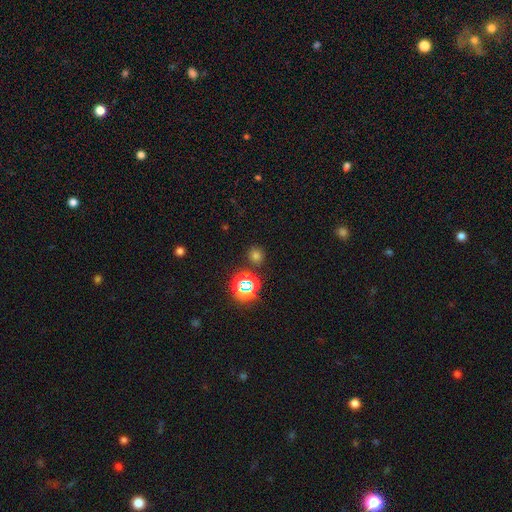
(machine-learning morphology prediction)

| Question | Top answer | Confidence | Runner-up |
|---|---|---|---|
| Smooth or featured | smooth | 65% | star or artifact (29%) |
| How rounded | round | 88% | in between (11%) |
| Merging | none | 84% | minor disturbance (8%) |